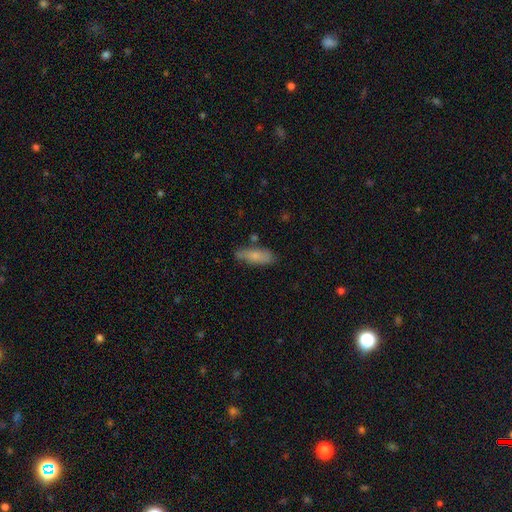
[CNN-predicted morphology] A smooth galaxy with no disk features (76%) that is in between round and cigar-shaped (56%).

Vote fractions:
- Smooth or featured? smooth: 76% / featured or disk: 17% / star or artifact: 6%
- How rounded? in between: 56% / cigar-shaped: 41% / round: 2%
- Merging? none: 71% / minor disturbance: 20% / merger: 5% / major disturbance: 4%